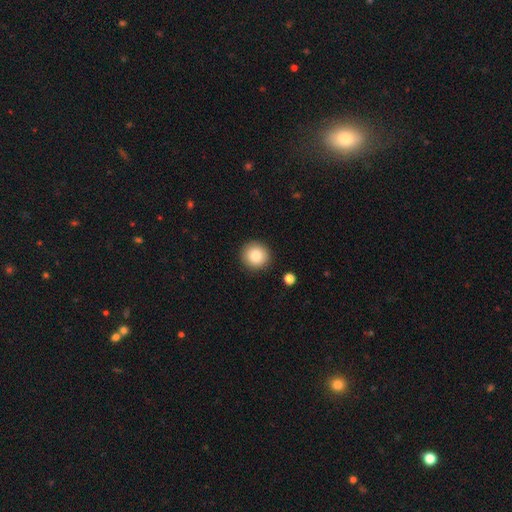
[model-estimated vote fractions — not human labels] A smooth galaxy with no disk features (83%) that is round (94%). Merging: none (91%).